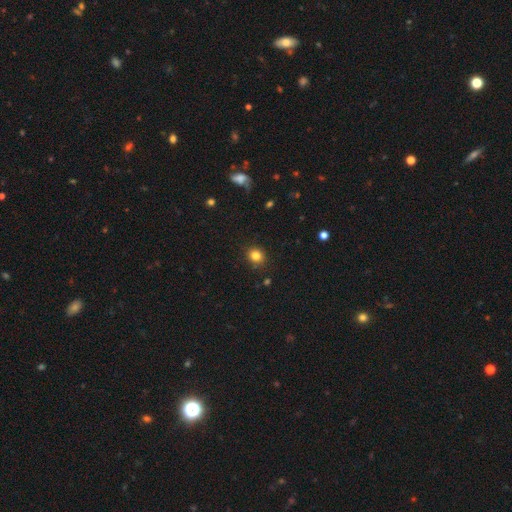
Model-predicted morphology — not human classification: This appears to be a smooth galaxy with no disk features (82%) that is round (76%). Merging: none (87%).